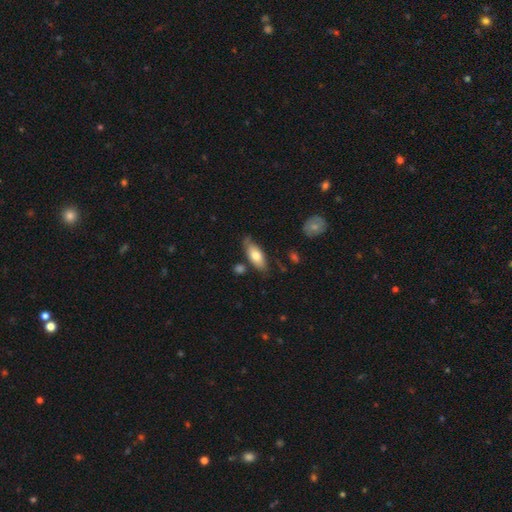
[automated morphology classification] Smooth or featured?
  - smooth: 72% *
  - featured or disk: 22%
  - star or artifact: 6%
How rounded?
  - in between: 82% *
  - cigar-shaped: 15%
  - round: 2%
Merging?
  - none: 70% *
  - minor disturbance: 21%
  - merger: 5%
  - major disturbance: 4%